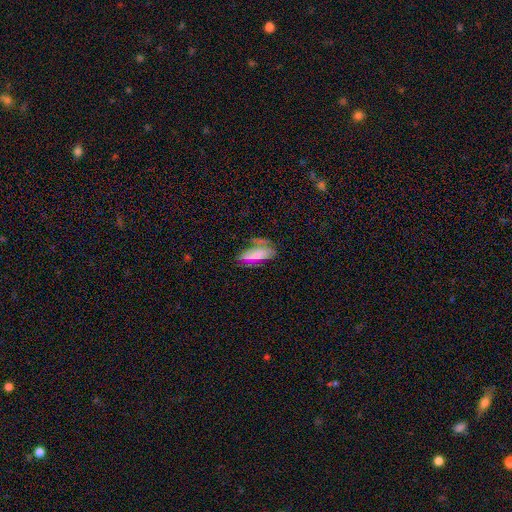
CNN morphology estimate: This is possibly a smooth galaxy (58%). How rounded: likely in between (73%). Merging: possibly none (48%).